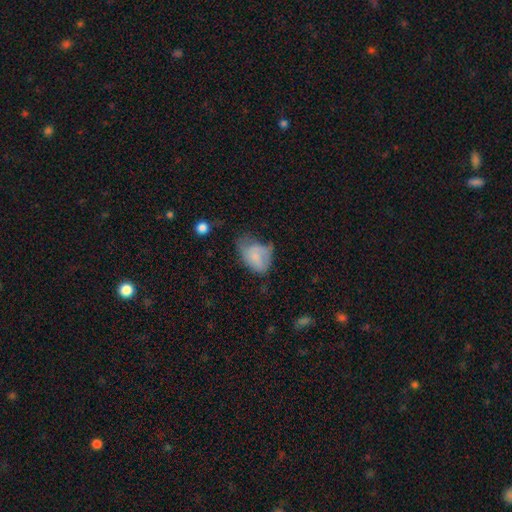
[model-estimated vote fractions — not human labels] Smooth or featured? smooth (65%)
How rounded? in between (80%)
Merging? minor disturbance (37%)